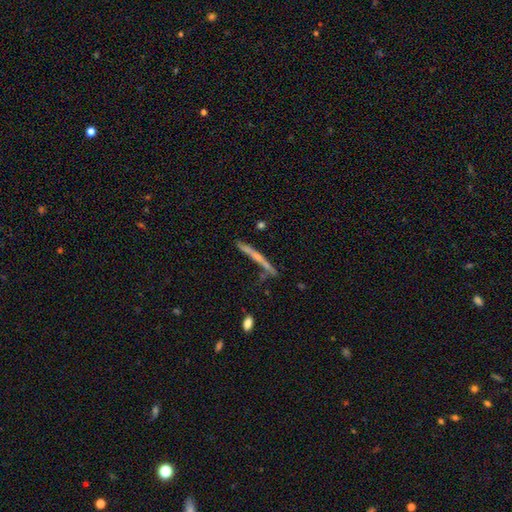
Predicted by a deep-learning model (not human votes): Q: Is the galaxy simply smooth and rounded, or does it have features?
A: featured or disk — 48%.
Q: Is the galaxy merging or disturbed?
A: none — 72%.